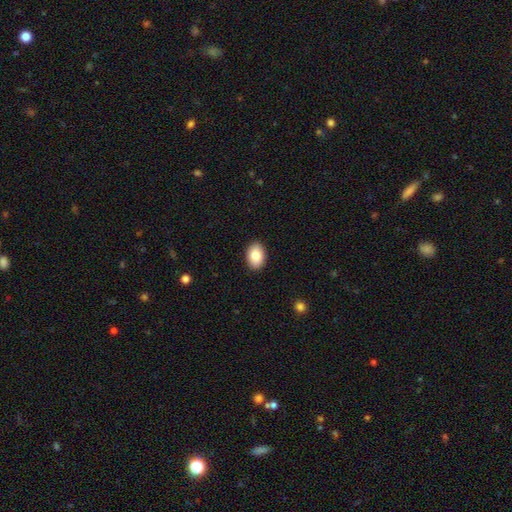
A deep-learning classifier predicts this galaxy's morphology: This appears to be a smooth galaxy with no disk features (86%) that is in between round and cigar-shaped (85%). Merging: none (91%).